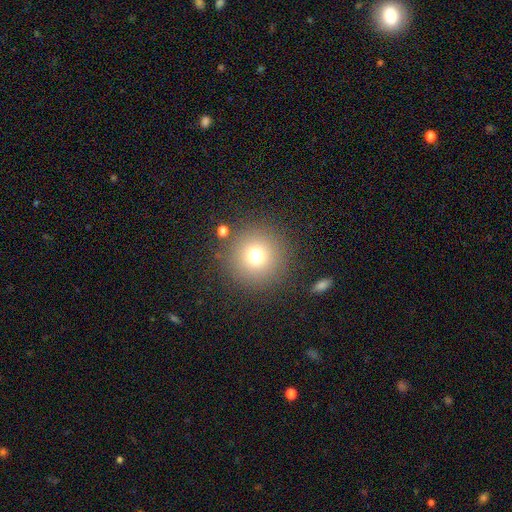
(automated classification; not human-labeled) smooth 73%, star or artifact 17%, featured or disk 10%. Down the decision tree: how rounded — round (96%); merging — none (86%).